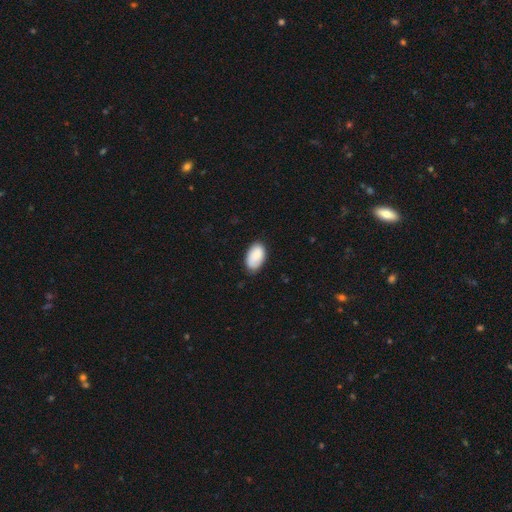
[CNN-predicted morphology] smooth-or-featured: smooth: 85% | featured or disk: 9% | star or artifact: 6%
  how-rounded: in between: 94% | round: 4% | cigar-shaped: 1%
  merging: none: 76% | minor disturbance: 20% | major disturbance: 3% | merger: 1%